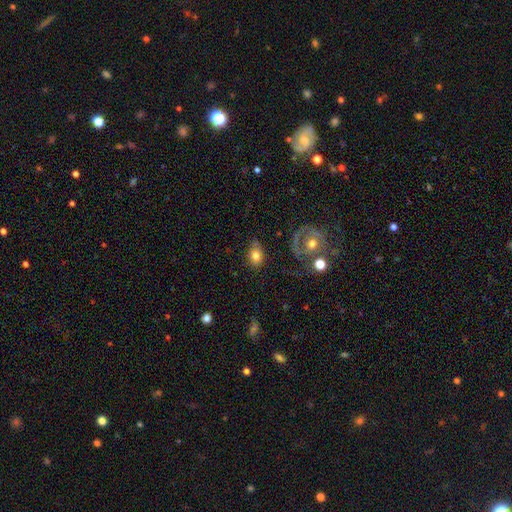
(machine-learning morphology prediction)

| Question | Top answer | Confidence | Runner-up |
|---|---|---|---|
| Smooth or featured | smooth | 74% | featured or disk (17%) |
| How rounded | in between | 68% | round (30%) |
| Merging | none | 66% | minor disturbance (22%) |